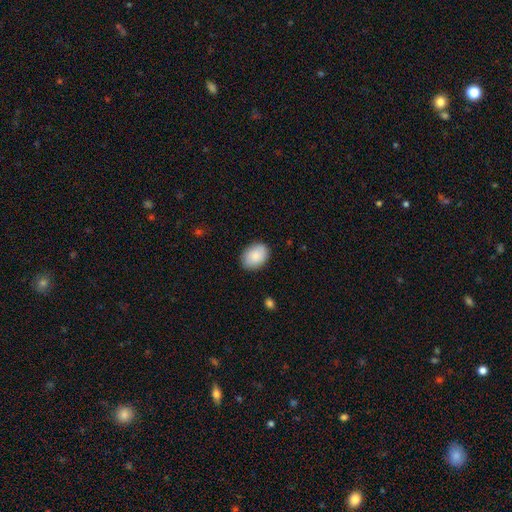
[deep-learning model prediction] This is clearly a smooth galaxy (86%). How rounded: likely in between (76%). Merging: clearly none (86%).